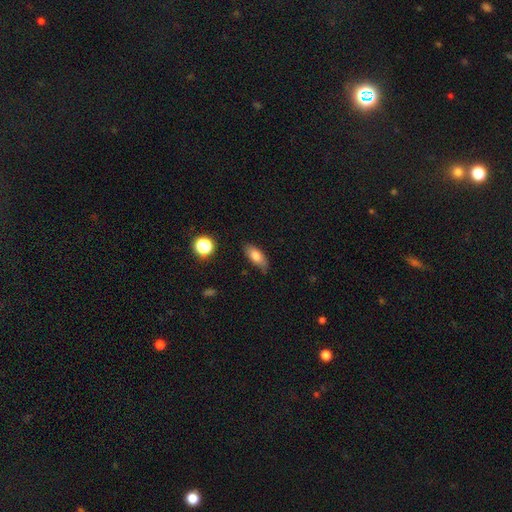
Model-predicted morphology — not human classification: A smooth galaxy with no disk features (76%) that is in between round and cigar-shaped (81%). Merging: none (72%).